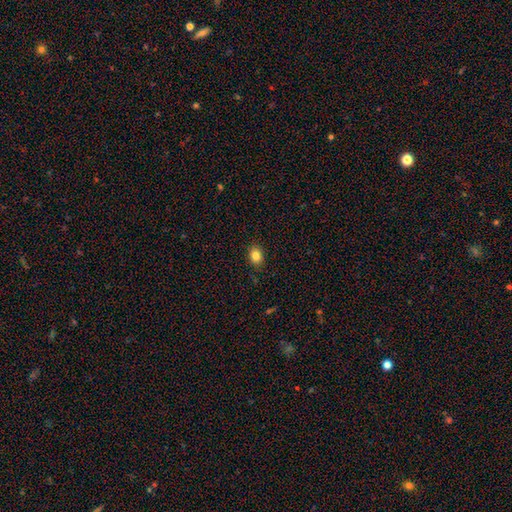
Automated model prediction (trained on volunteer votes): smooth-or-featured: smooth: 84% | star or artifact: 10% | featured or disk: 6%
  how-rounded: in between: 62% | round: 37% | cigar-shaped: 1%
  merging: none: 88% | minor disturbance: 9% | major disturbance: 2% | merger: 1%